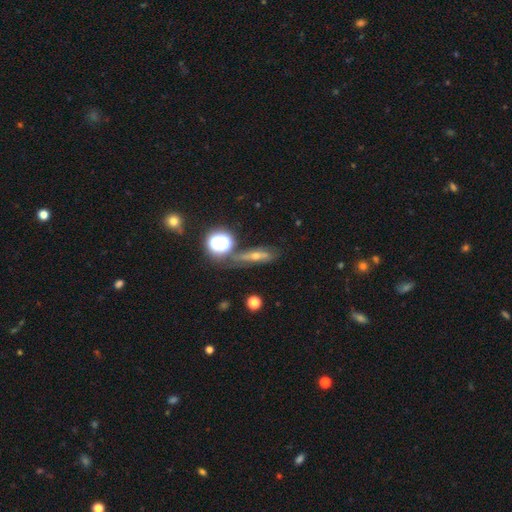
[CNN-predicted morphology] smooth_or_featured: featured or disk (p=0.43) [alt: smooth p=0.29]
merging: none (p=0.66) [alt: minor disturbance p=0.17]